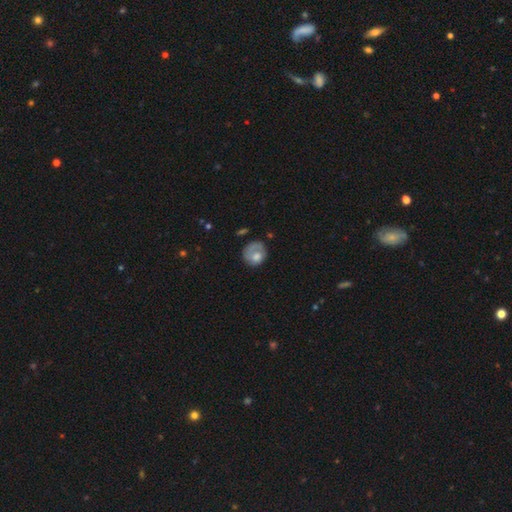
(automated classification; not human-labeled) A smooth galaxy with no disk features (63%) that is round (74%). Merging: none (49%).